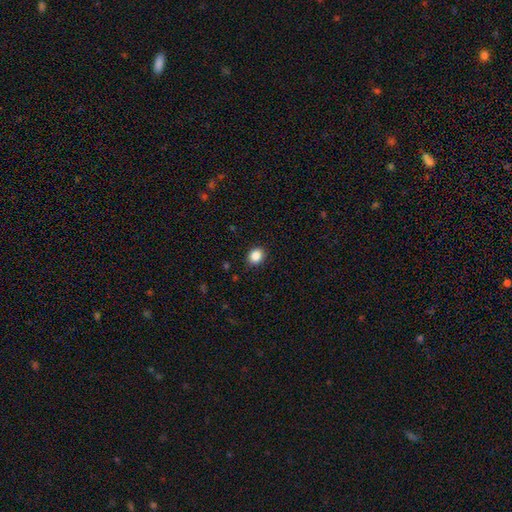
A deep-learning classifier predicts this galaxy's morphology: This appears to be a smooth galaxy with no disk features (87%) that is round (56%). Merging: none (89%).